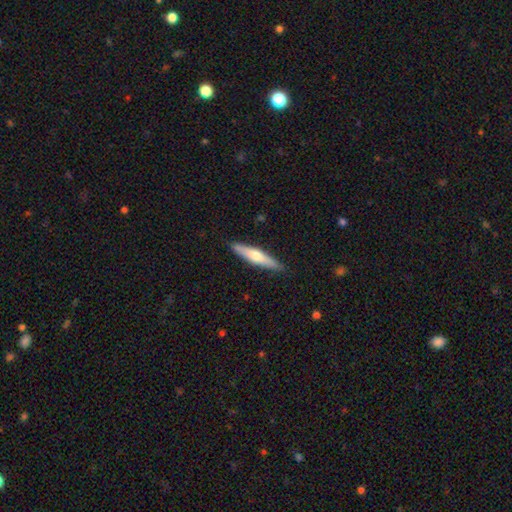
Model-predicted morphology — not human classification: smooth-or-featured: smooth: 51% | featured or disk: 44% | star or artifact: 5%
  how-rounded: cigar-shaped: 86% | in between: 12% | round: 1%
  merging: none: 89% | minor disturbance: 9% | major disturbance: 2% | merger: 1%